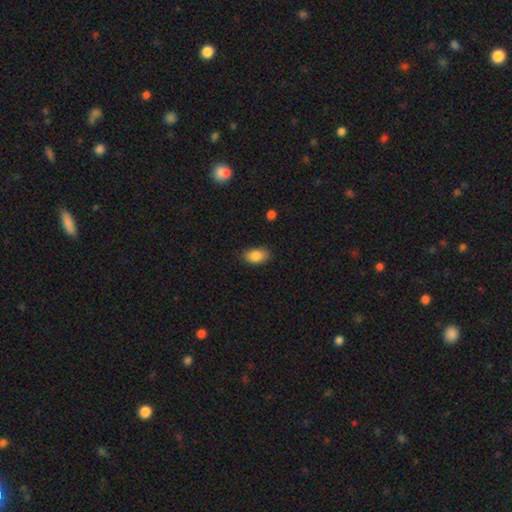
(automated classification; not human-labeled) Morphology: type=smooth (86%); roundness=in between (89%); merging=none (81%).